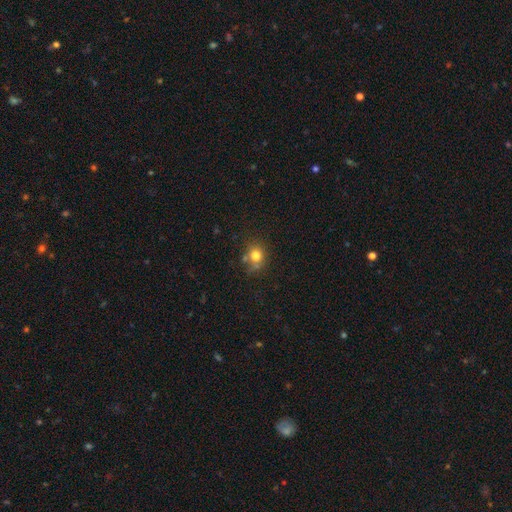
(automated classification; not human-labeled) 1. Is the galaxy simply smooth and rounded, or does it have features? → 77% smooth, 14% star or artifact, 10% featured or disk.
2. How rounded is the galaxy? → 80% round, 19% in between, 1% cigar-shaped.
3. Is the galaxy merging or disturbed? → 63% none, 16% minor disturbance, 14% merger, 6% major disturbance.